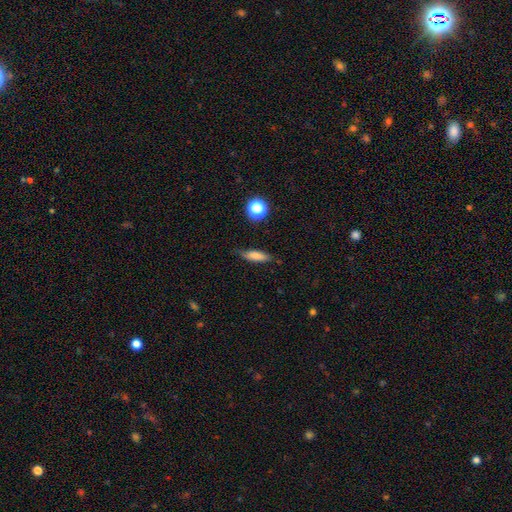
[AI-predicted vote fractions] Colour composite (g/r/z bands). It shows a smooth galaxy with no disk features (76%) that is cigar-shaped (54%). Merging: none (75%).